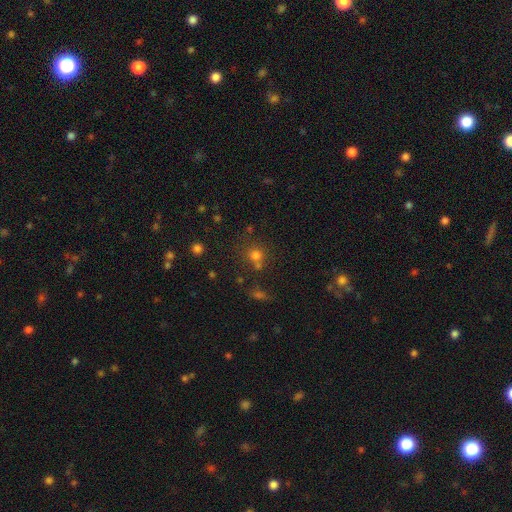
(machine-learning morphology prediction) smooth-or-featured: smooth: 72% | star or artifact: 19% | featured or disk: 9%
  how-rounded: round: 86% | in between: 13% | cigar-shaped: 1%
  merging: none: 58% | merger: 27% | minor disturbance: 10% | major disturbance: 5%